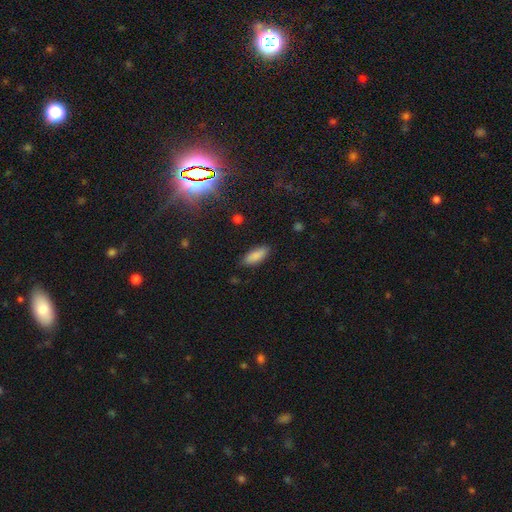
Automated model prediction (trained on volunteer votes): Smooth or featured: smooth — 87% (star or artifact — 7%)
How rounded: in between — 75% (cigar-shaped — 23%)
Merging: none — 85% (minor disturbance — 11%)